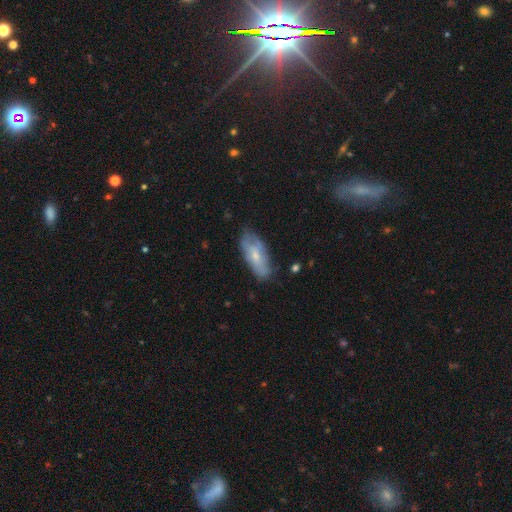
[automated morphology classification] Overall: smooth (52%; featured or disk 41%). How rounded: in between (82%). Merging: none (61%; minor disturbance 28%).